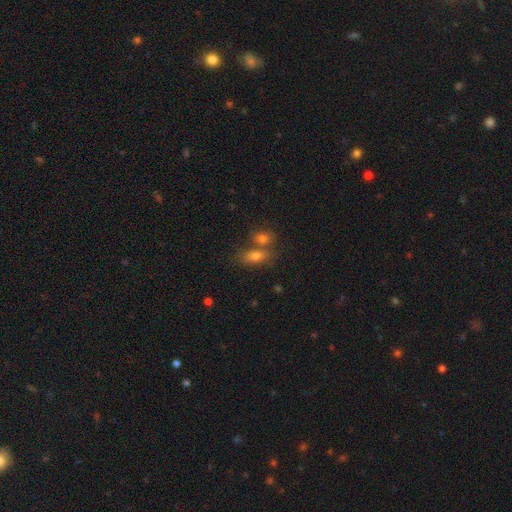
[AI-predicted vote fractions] smooth 70%, featured or disk 17%, star or artifact 13%. Down the decision tree: how rounded — in between (76%); merging — none (49%).